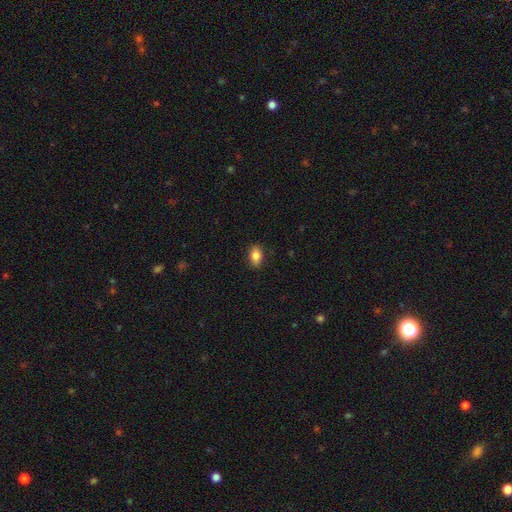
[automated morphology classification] Smooth or featured? Predicted: smooth (p=0.84). How rounded? Predicted: in between (p=0.86). Merging? Predicted: none (p=0.88).